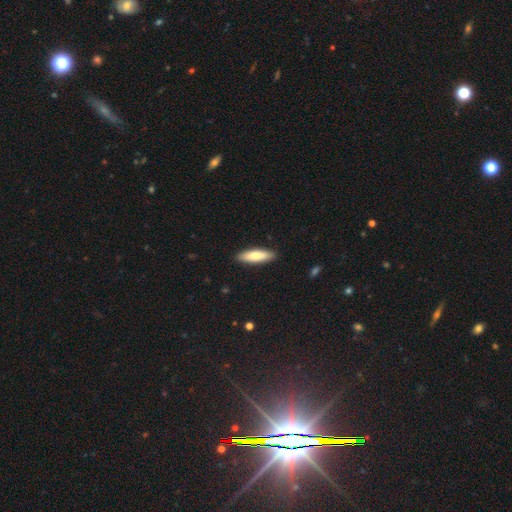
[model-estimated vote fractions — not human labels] Smooth or featured? smooth (75%)
How rounded? cigar-shaped (57%)
Merging? none (90%)